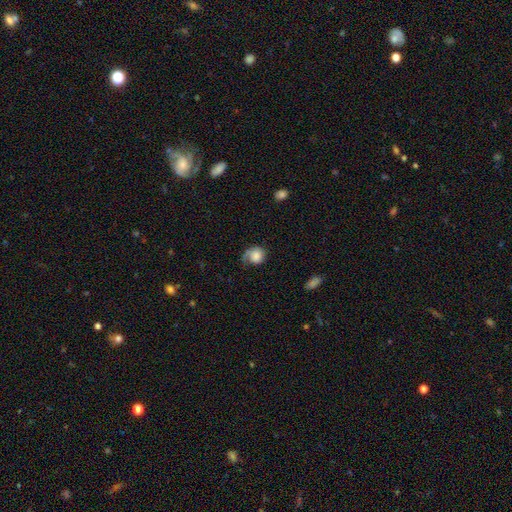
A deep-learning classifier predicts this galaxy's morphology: Smooth or featured? Predicted: smooth (p=0.67). How rounded? Predicted: round (p=0.68). Merging? Predicted: none (p=0.39).